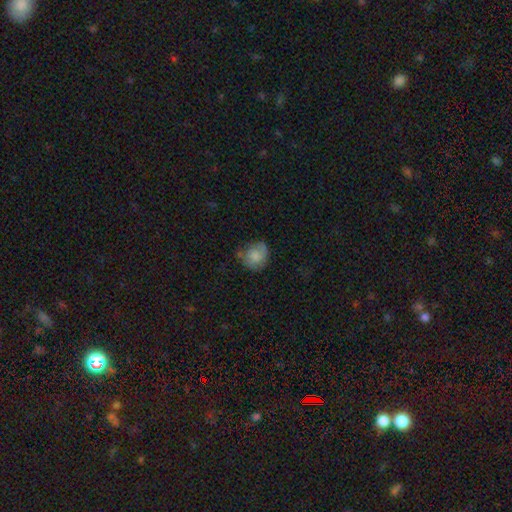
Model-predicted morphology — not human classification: Smooth or featured? smooth (72%)
How rounded? round (71%)
Merging? none (49%)